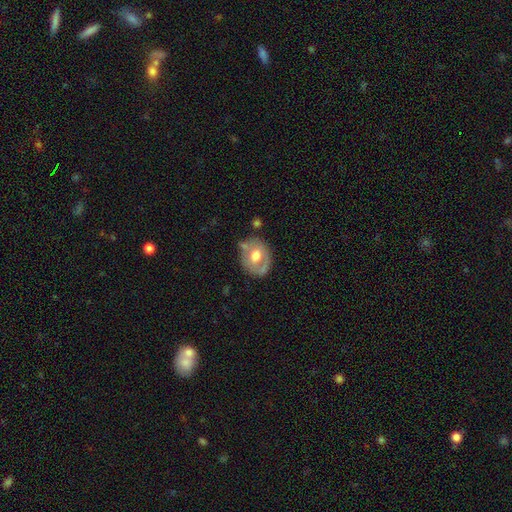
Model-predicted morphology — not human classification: smooth-or-featured: smooth: 48% | featured or disk: 46% | star or artifact: 6%
  merging: none: 61% | minor disturbance: 24% | major disturbance: 8% | merger: 8%